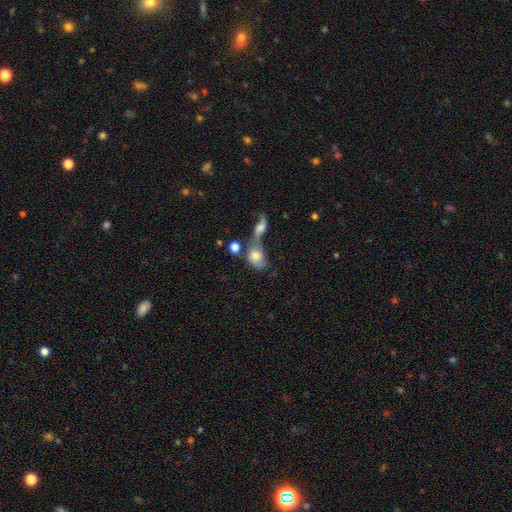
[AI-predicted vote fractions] smooth-or-featured: smooth: 71% | featured or disk: 20% | star or artifact: 8%
  how-rounded: in between: 68% | round: 30% | cigar-shaped: 3%
  merging: merger: 65% | none: 18% | major disturbance: 9% | minor disturbance: 8%